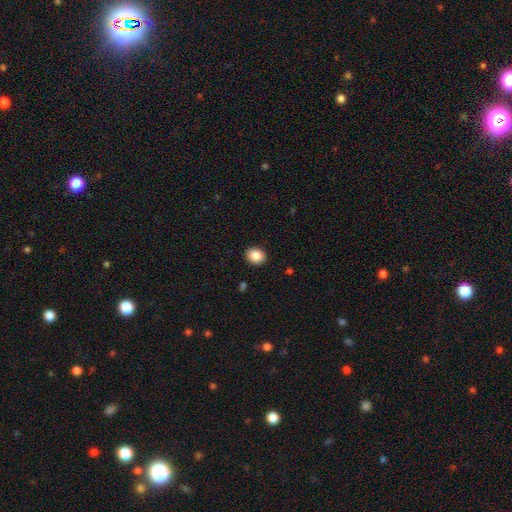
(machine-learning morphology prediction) Overall: smooth (88%). How rounded: round (56%; in between 43%). Merging: none (91%).